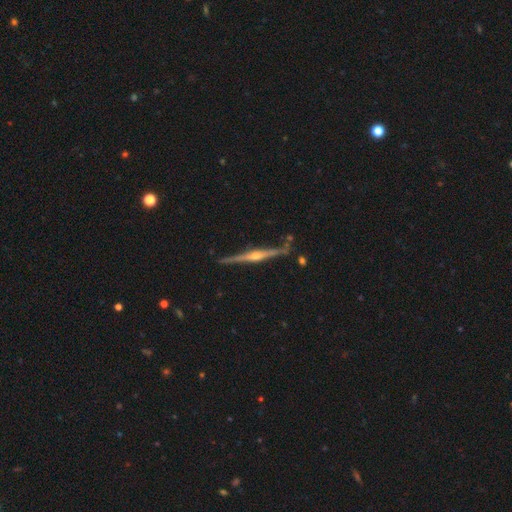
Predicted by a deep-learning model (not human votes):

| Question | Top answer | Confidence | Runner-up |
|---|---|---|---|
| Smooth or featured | featured or disk | 88% | smooth (7%) |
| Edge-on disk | yes | 97% | no (3%) |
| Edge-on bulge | rounded | 90% | none (6%) |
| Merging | none | 77% | minor disturbance (15%) |